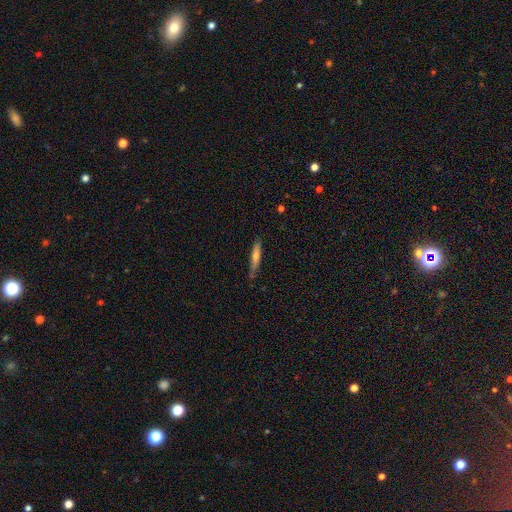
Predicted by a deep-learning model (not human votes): smooth 57%, featured or disk 37%, star or artifact 7%. Down the decision tree: how rounded — cigar-shaped (91%); merging — none (80%).